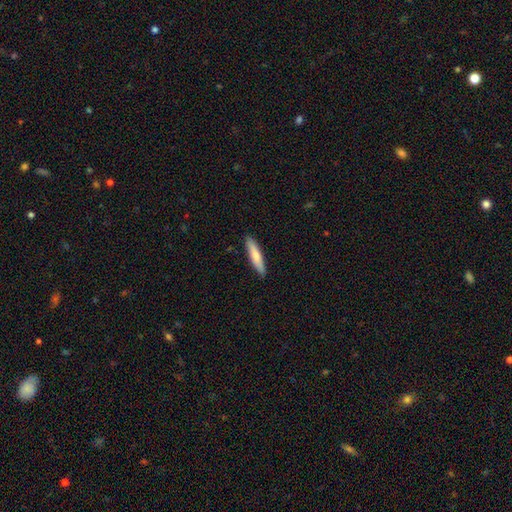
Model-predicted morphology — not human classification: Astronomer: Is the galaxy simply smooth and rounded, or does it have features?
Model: smooth — 72%.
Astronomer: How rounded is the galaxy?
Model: cigar-shaped — 86%.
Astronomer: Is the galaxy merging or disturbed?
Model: none — 90%.